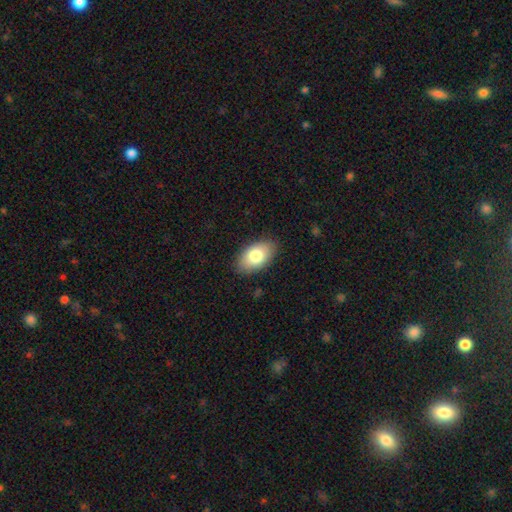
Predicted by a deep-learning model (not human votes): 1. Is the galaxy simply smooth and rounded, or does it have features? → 79% smooth, 14% featured or disk, 7% star or artifact.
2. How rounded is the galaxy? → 93% in between, 5% round, 2% cigar-shaped.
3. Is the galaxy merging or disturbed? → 86% none, 10% minor disturbance, 2% major disturbance, 1% merger.